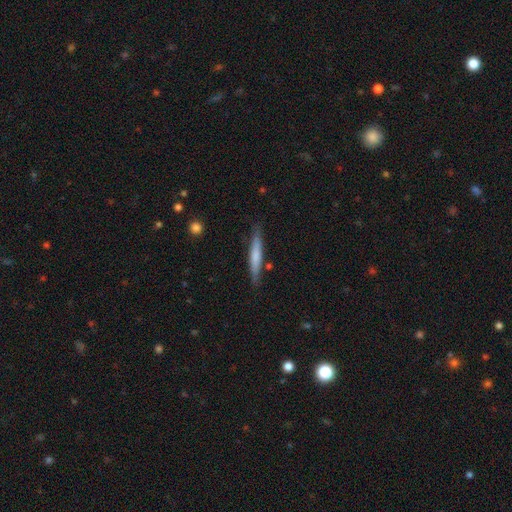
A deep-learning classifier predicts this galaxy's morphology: A smooth galaxy with no disk features (59%) that is cigar-shaped (94%).

Vote fractions:
- Smooth or featured? smooth: 59% / featured or disk: 36% / star or artifact: 5%
- How rounded? cigar-shaped: 94% / in between: 5% / round: 1%
- Merging? none: 83% / minor disturbance: 12% / merger: 3% / major disturbance: 2%